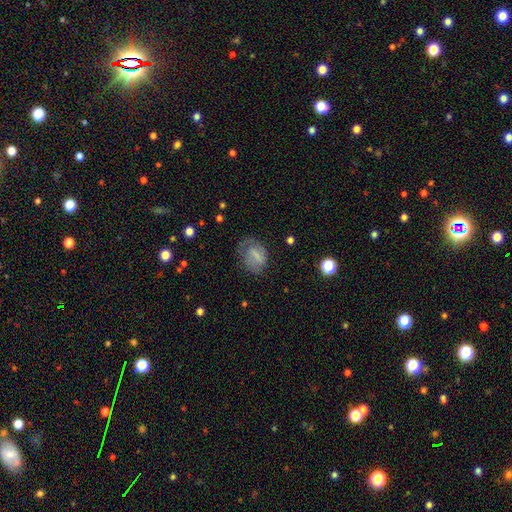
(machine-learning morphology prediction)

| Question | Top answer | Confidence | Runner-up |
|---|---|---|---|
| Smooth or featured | smooth | 51% | featured or disk (39%) |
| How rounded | in between | 70% | round (27%) |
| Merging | none | 52% | minor disturbance (27%) |